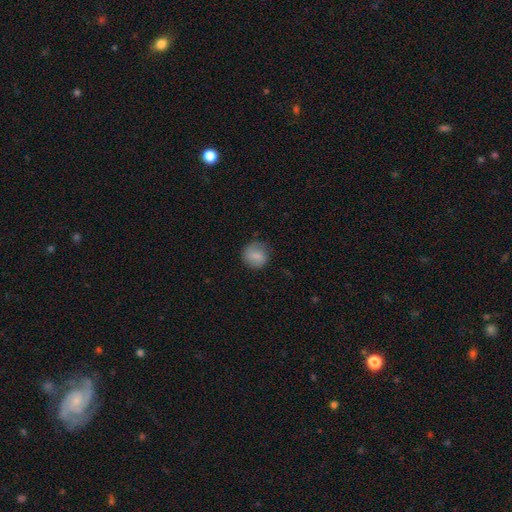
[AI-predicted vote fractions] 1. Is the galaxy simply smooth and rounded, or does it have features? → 80% smooth, 13% featured or disk, 8% star or artifact.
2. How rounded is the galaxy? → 87% round, 12% in between, 1% cigar-shaped.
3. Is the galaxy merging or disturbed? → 76% none, 18% minor disturbance, 5% major disturbance, 1% merger.